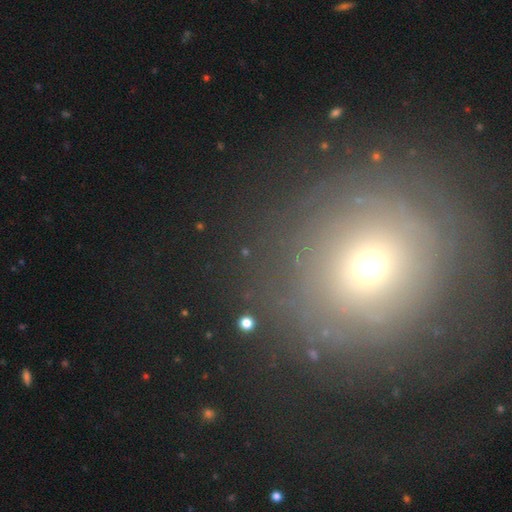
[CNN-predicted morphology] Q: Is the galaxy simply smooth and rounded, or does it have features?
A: smooth — 49%.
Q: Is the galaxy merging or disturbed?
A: none — 78%.